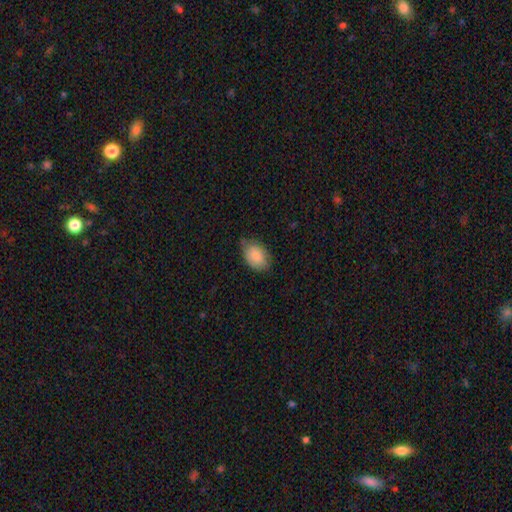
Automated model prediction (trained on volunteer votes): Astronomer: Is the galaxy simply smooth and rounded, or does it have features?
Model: smooth — 86%.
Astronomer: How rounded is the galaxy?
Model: in between — 87%.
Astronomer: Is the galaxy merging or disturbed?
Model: none — 69%.